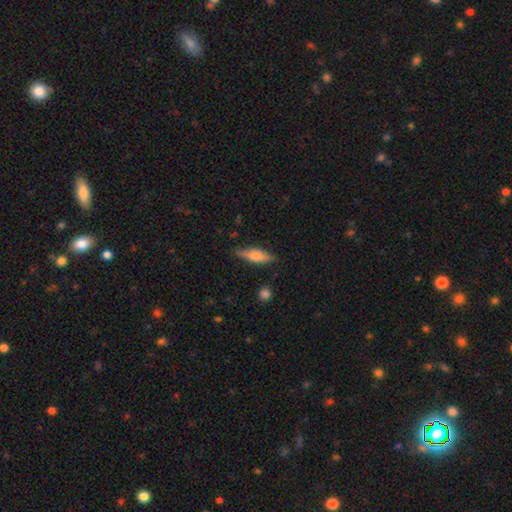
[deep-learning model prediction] A smooth galaxy with no disk features (58%) that is cigar-shaped (51%).

Vote fractions:
- Smooth or featured? smooth: 58% / featured or disk: 35% / star or artifact: 7%
- How rounded? cigar-shaped: 51% / in between: 46% / round: 3%
- Merging? none: 80% / minor disturbance: 15% / major disturbance: 3% / merger: 2%